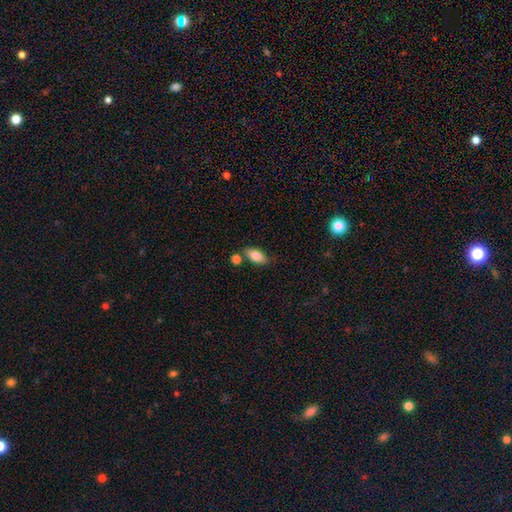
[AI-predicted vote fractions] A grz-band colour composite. It shows a smooth galaxy with no disk features (78%) that is in between round and cigar-shaped (84%). Merging: none (72%).